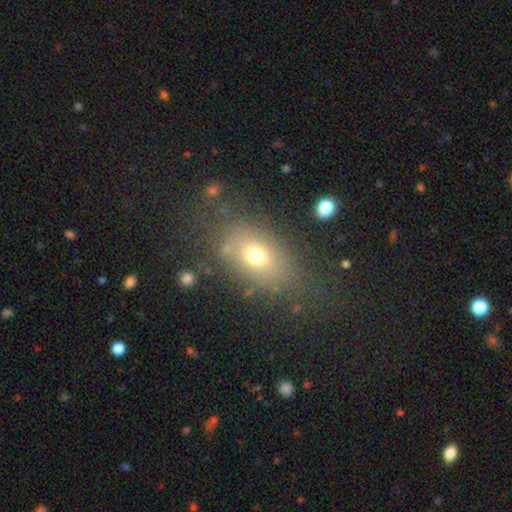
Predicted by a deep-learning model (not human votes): A smooth galaxy with no disk features (67%) that is in between round and cigar-shaped (76%).

Vote fractions:
- Smooth or featured? smooth: 67% / featured or disk: 18% / star or artifact: 15%
- How rounded? in between: 76% / round: 21% / cigar-shaped: 3%
- Merging? none: 71% / minor disturbance: 16% / major disturbance: 9% / merger: 4%